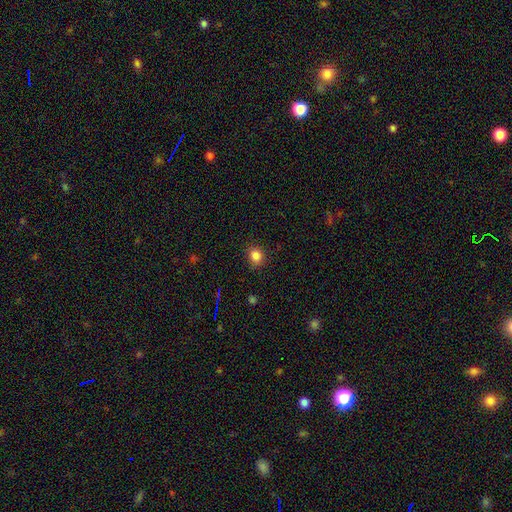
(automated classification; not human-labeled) Q: Smooth or featured?
A: smooth (84%); runner-up: star or artifact (12%)
Q: How rounded?
A: round (73%); runner-up: in between (26%)
Q: Merging?
A: none (86%); runner-up: minor disturbance (10%)